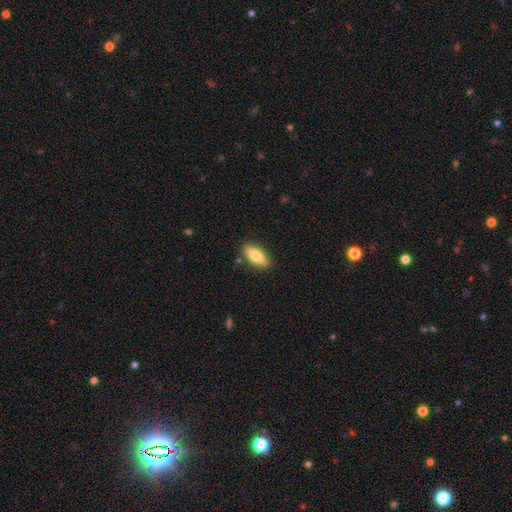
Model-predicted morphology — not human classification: Q: Smooth or featured?
A: smooth (71%); runner-up: featured or disk (23%)
Q: How rounded?
A: in between (68%); runner-up: cigar-shaped (29%)
Q: Merging?
A: none (87%); runner-up: minor disturbance (9%)